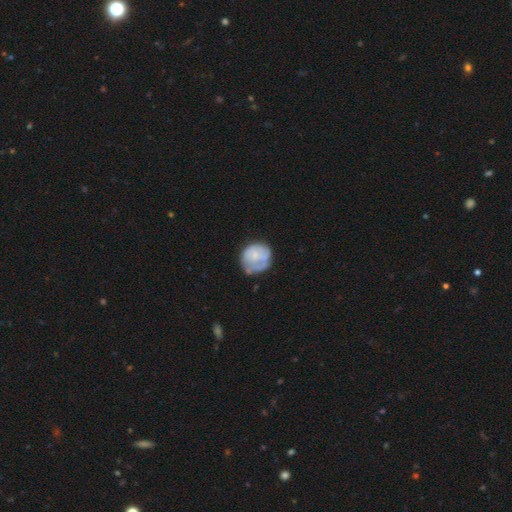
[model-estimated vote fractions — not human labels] Morphology: type=smooth (50%); roundness=round (79%); merging=none (50%).